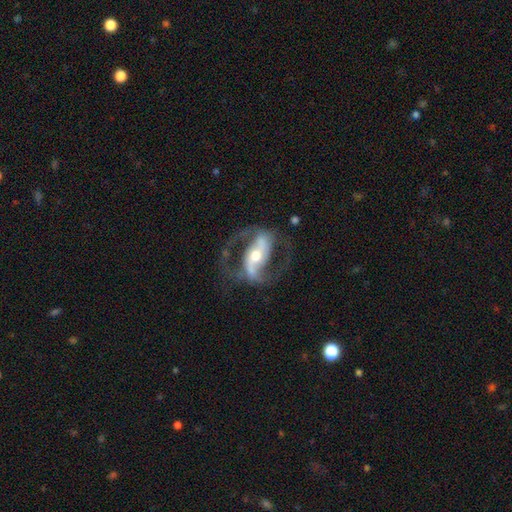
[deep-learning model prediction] The model was most divided on "spiral winding": medium: 55%, loose: 31%, tight: 14%. More confident: edge-on disk — no (95%); spiral arms — yes (94%); spiral arm count — 2 (92%); smooth or featured — featured or disk (89%); merging — none (70%); bulge size — moderate (63%); bar — strong (53%).